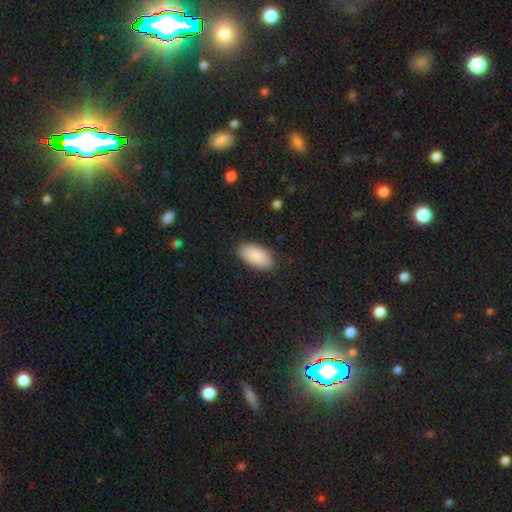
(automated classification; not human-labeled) Morphology: type=smooth (88%); roundness=in between (94%); merging=none (87%).